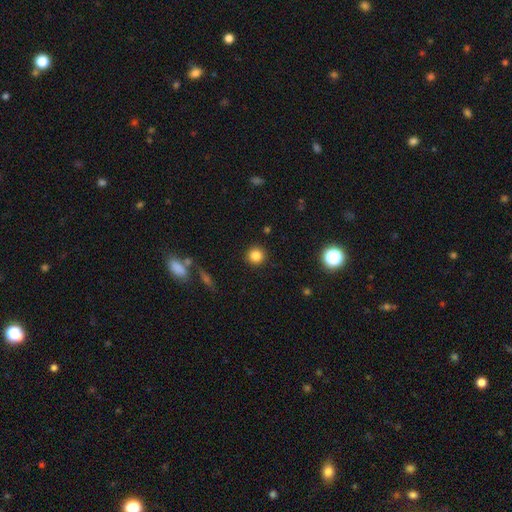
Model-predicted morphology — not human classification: Smooth or featured?
  - smooth: 83% *
  - star or artifact: 12%
  - featured or disk: 5%
How rounded?
  - round: 94% *
  - in between: 5%
  - cigar-shaped: 1%
Merging?
  - none: 92% *
  - minor disturbance: 5%
  - major disturbance: 2%
  - merger: 1%